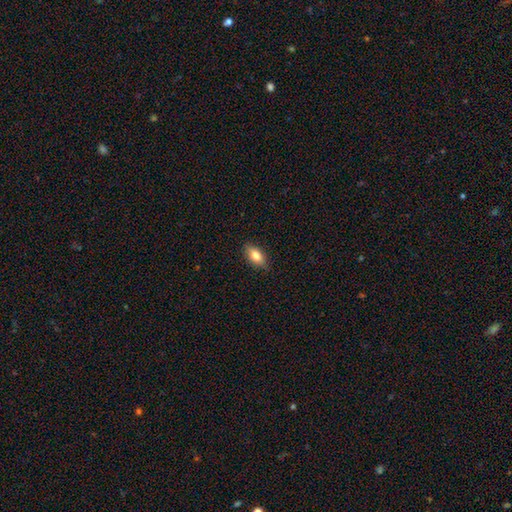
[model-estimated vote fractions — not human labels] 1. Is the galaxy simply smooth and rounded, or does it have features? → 77% smooth, 15% featured or disk, 8% star or artifact.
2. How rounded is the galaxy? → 86% in between, 9% cigar-shaped, 5% round.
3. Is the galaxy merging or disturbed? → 84% none, 13% minor disturbance, 2% major disturbance, 1% merger.